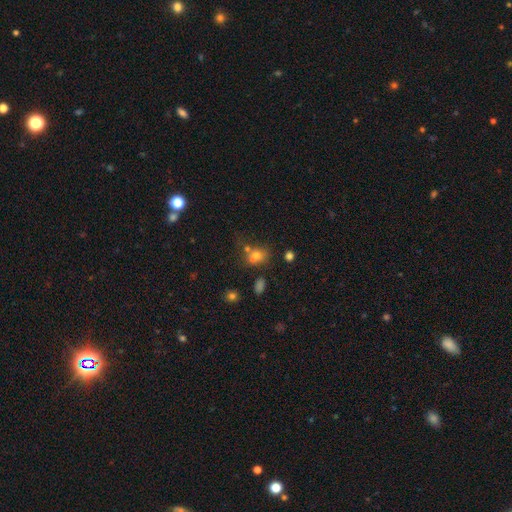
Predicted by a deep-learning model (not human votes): This appears to be a smooth galaxy with no disk features (68%) that is round (58%). Merging: none (41%).